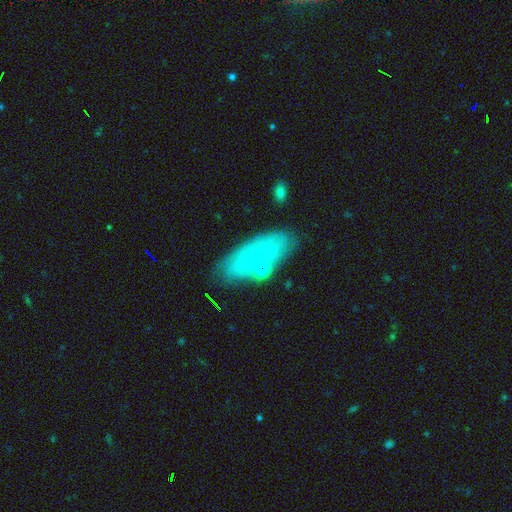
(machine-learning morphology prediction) Smooth or featured? smooth (47%)
Merging? none (77%)